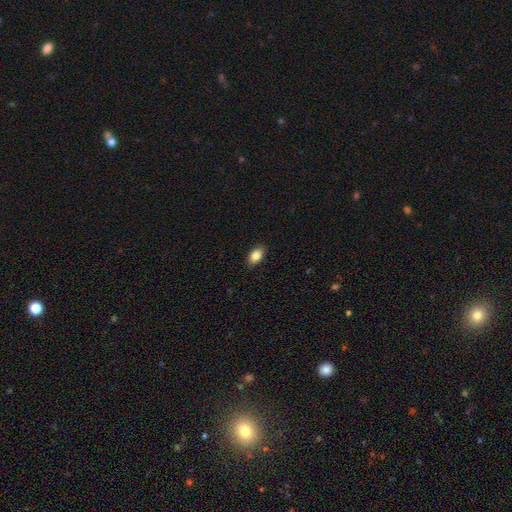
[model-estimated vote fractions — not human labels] Smooth or featured: smooth — 85% (star or artifact — 8%)
How rounded: in between — 89% (round — 9%)
Merging: none — 87% (minor disturbance — 10%)